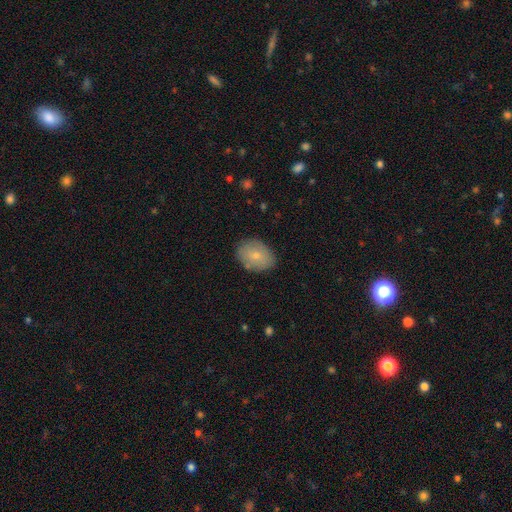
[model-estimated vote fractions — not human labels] Q: Smooth or featured?
A: smooth (75%); runner-up: featured or disk (18%)
Q: How rounded?
A: in between (76%); runner-up: round (23%)
Q: Merging?
A: none (83%); runner-up: minor disturbance (13%)